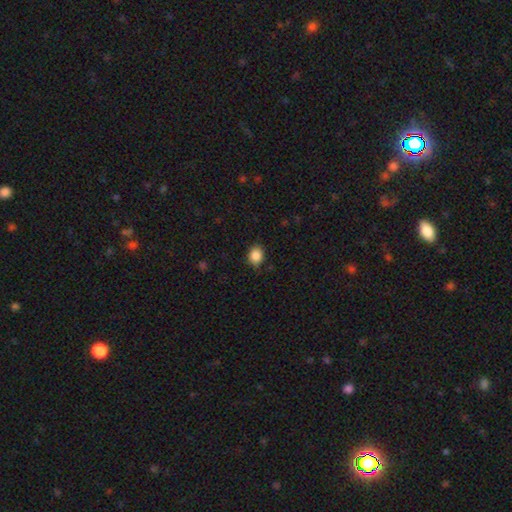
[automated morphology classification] A smooth galaxy with no disk features (87%) that is round (53%). Merging: none (83%).